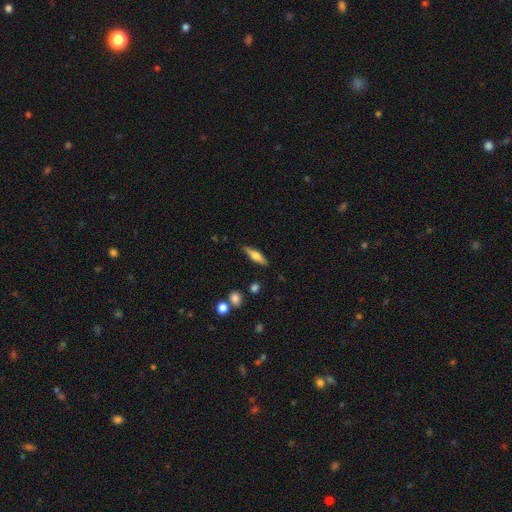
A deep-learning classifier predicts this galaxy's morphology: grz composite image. It shows a smooth galaxy with no disk features (53%) that is cigar-shaped (66%). Merging: none (85%).